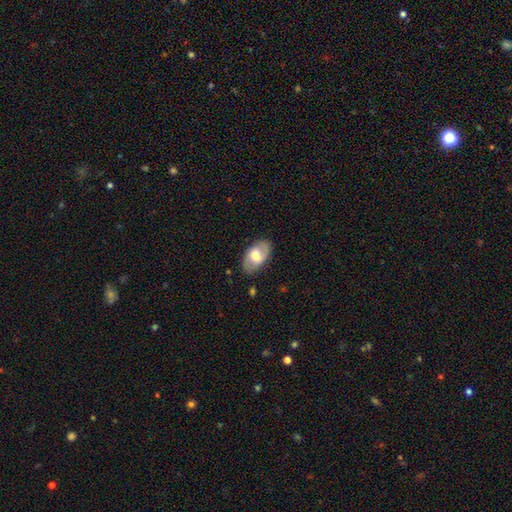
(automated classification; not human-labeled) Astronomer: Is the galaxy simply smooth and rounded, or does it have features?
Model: smooth — 56% (runner-up: featured or disk, 38%).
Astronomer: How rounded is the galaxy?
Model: in between — 93%.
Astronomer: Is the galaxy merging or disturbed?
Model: none — 81%.